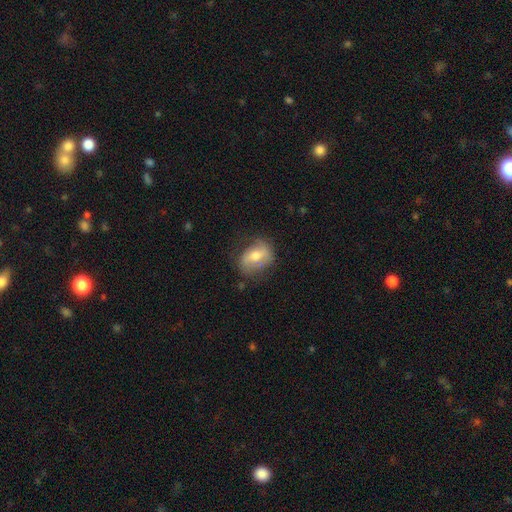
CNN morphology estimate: smooth 47%, featured or disk 44%, star or artifact 8%. Down the decision tree: merging — none (65%).